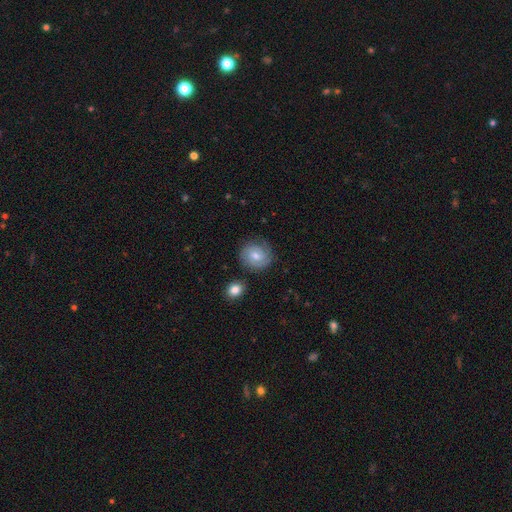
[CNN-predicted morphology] smooth-or-featured: featured or disk: 61% | smooth: 31% | star or artifact: 8%
  disk-edge-on: no: 98% | yes: 2%
    bar: no: 54% | weak: 39% | strong: 7%
    has-spiral-arms: yes: 90% | no: 10%
      spiral-winding: tight: 67% | medium: 26% | loose: 7%
      spiral-arm-count: 2: 60% | can't tell: 21% | 3: 9% | 1: 4% | 4: 3% | more than 4: 2%
    bulge-size: moderate: 60% | small: 33% | large: 3% | none: 2% | dominant: 1%
  merging: none: 81% | minor disturbance: 12% | major disturbance: 4% | merger: 2%